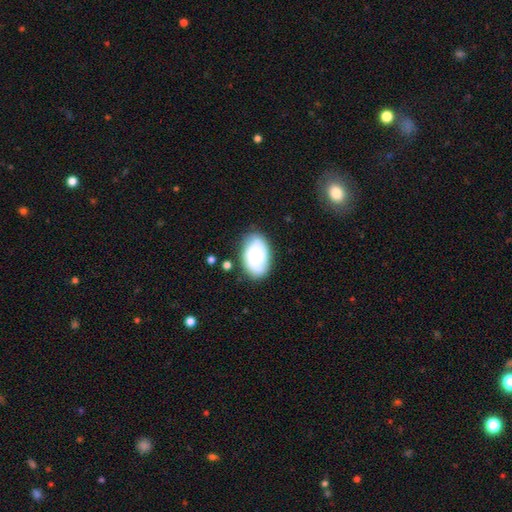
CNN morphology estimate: Smooth or featured? smooth (68%)
How rounded? in between (90%)
Merging? none (75%)